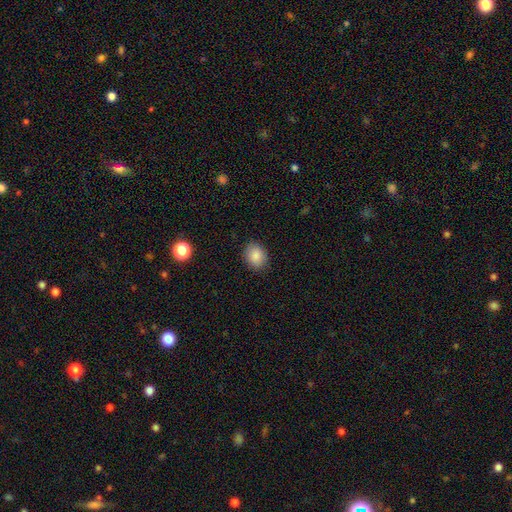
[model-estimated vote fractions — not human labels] This is clearly a smooth galaxy (86%). How rounded: possibly in between (53%). Merging: clearly none (87%).